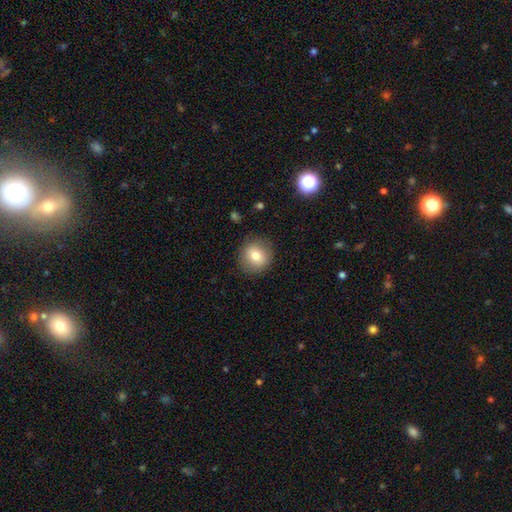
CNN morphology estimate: This appears to be a smooth galaxy with no disk features (78%) that is round (88%). Merging: none (86%).